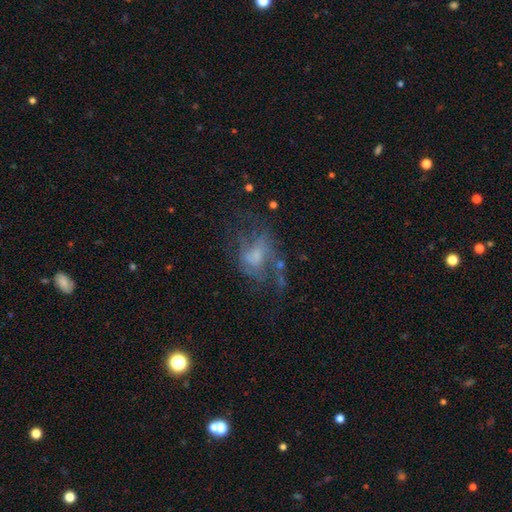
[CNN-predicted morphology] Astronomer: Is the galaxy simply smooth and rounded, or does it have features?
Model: featured or disk — 56%.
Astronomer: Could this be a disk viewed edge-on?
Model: no — 96%.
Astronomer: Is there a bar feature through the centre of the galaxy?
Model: no — 72%.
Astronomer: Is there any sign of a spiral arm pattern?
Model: no — 53% (runner-up: yes, 47%).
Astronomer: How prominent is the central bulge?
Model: moderate — 32% (runner-up: none, 29%).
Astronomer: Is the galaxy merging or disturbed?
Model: major disturbance — 40% (runner-up: none, 37%).